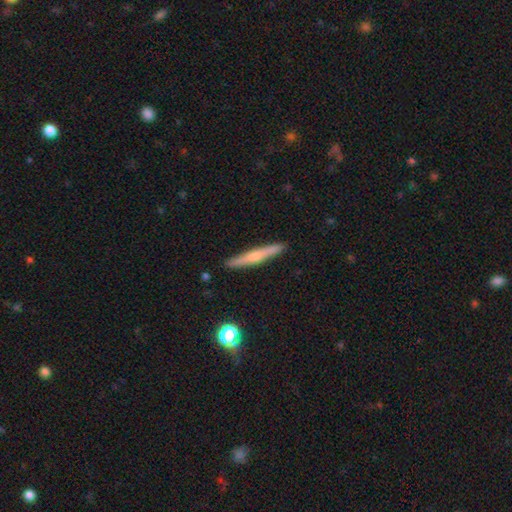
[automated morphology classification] A featured or disk galaxy (50%) viewed edge-on (97%).

Vote fractions:
- Smooth or featured? featured or disk: 50% / smooth: 43% / star or artifact: 7%
- Edge-on disk? yes: 97% / no: 3%
- Merging? none: 90% / minor disturbance: 7% / major disturbance: 1% / merger: 1%